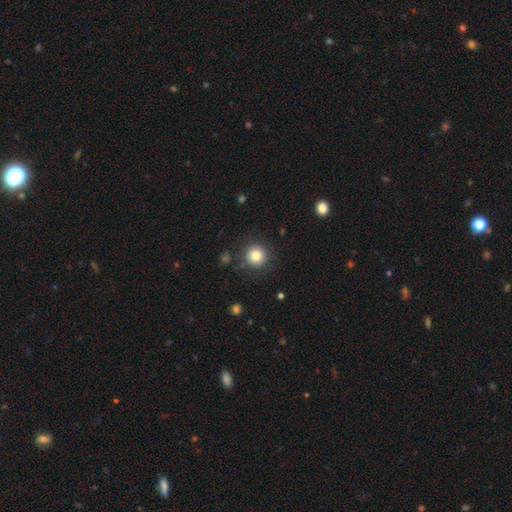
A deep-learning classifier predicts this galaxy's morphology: Overall: smooth (82%). How rounded: round (95%). Merging: none (87%).